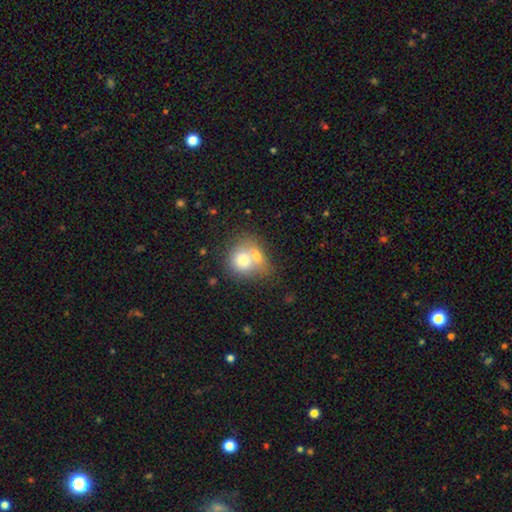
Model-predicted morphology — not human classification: A smooth galaxy with no disk features (73%) that is round (69%).

Vote fractions:
- Smooth or featured? smooth: 73% / featured or disk: 19% / star or artifact: 8%
- How rounded? round: 69% / in between: 30% / cigar-shaped: 1%
- Merging? merger: 57% / none: 28% / minor disturbance: 10% / major disturbance: 6%